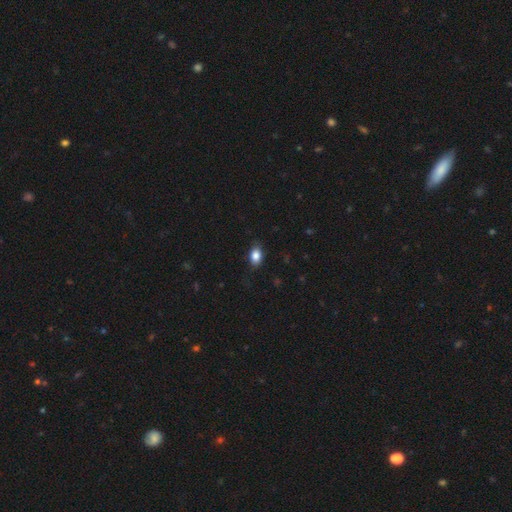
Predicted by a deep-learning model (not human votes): Smooth or featured?
  - smooth: 85% *
  - star or artifact: 8%
  - featured or disk: 6%
How rounded?
  - in between: 82% *
  - round: 17%
  - cigar-shaped: 2%
Merging?
  - none: 80% *
  - minor disturbance: 15%
  - major disturbance: 3%
  - merger: 1%